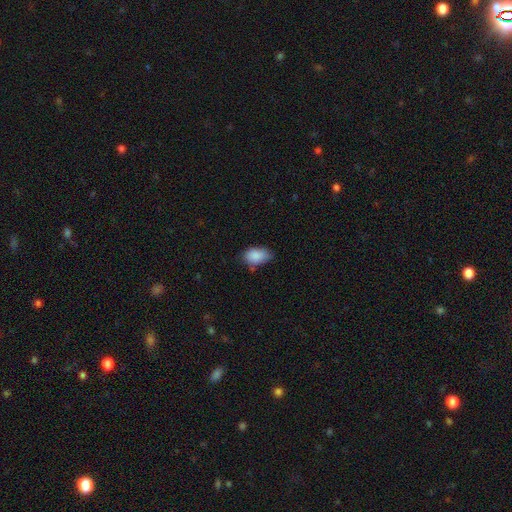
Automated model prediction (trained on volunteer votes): A smooth galaxy with no disk features (87%) that is in between round and cigar-shaped (89%). Merging: none (60%).